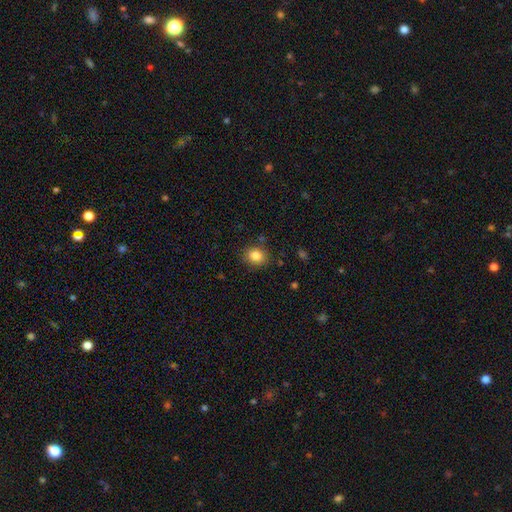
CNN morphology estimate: The model was most divided on "how rounded": round: 66%, in between: 33%, cigar-shaped: 1%. More confident: smooth or featured — smooth (84%); merging — none (84%).